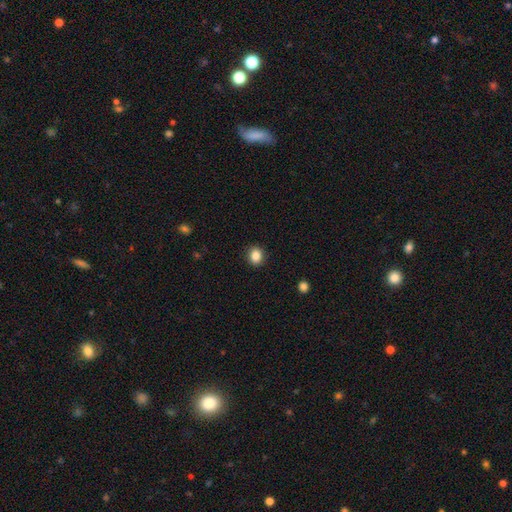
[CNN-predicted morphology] Q: Smooth or featured?
A: smooth (86%); runner-up: star or artifact (10%)
Q: How rounded?
A: round (66%); runner-up: in between (33%)
Q: Merging?
A: none (90%); runner-up: minor disturbance (7%)